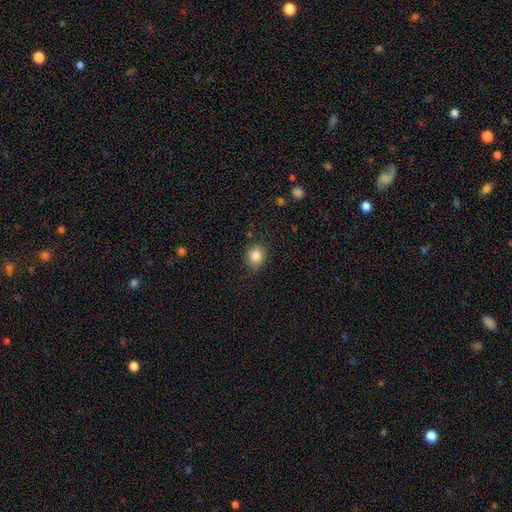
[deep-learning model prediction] This is clearly a smooth galaxy (85%). How rounded: likely round (72%). Merging: clearly none (83%).